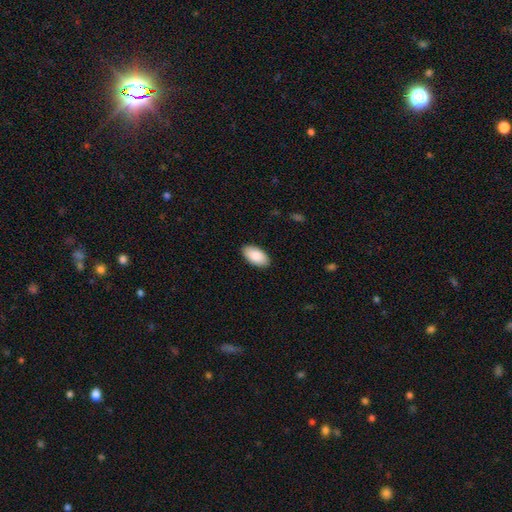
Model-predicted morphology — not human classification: type=smooth (89%); roundness=in between (96%); merging=none (88%).